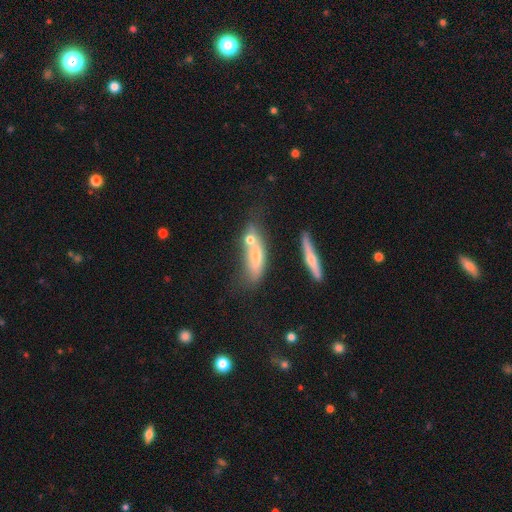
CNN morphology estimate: A smooth galaxy with no disk features (44%). Merging: none (40%).